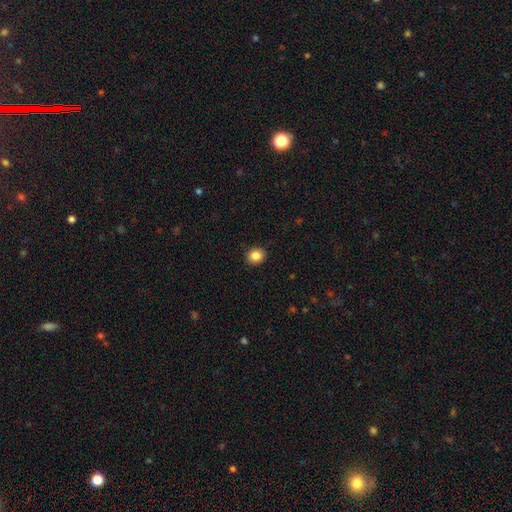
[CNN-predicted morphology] The model was most divided on "how rounded": round: 77%, in between: 23%, cigar-shaped: 1%. More confident: merging — none (91%); smooth or featured — smooth (85%).